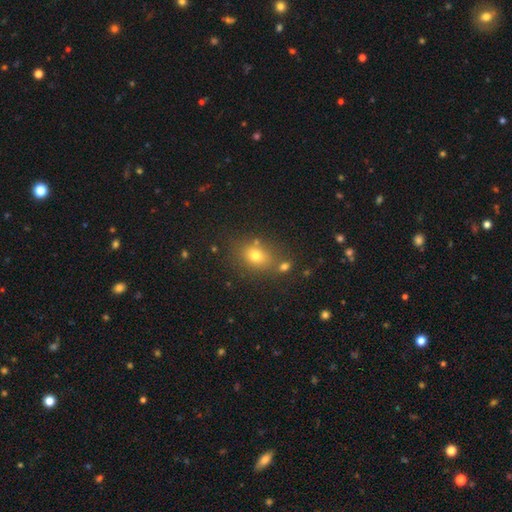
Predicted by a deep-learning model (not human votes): Q: Smooth or featured?
A: smooth (73%); runner-up: star or artifact (16%)
Q: How rounded?
A: in between (54%); runner-up: round (44%)
Q: Merging?
A: none (71%); runner-up: minor disturbance (13%)